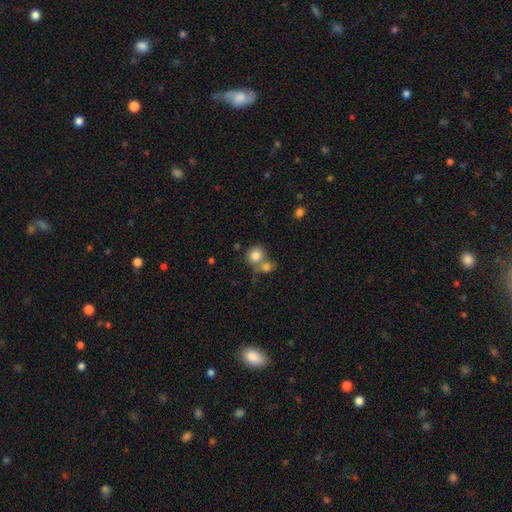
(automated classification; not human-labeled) smooth-or-featured: smooth: 82% | star or artifact: 9% | featured or disk: 8%
  how-rounded: round: 82% | in between: 17% | cigar-shaped: 1%
  merging: none: 46% | merger: 42% | minor disturbance: 9% | major disturbance: 4%